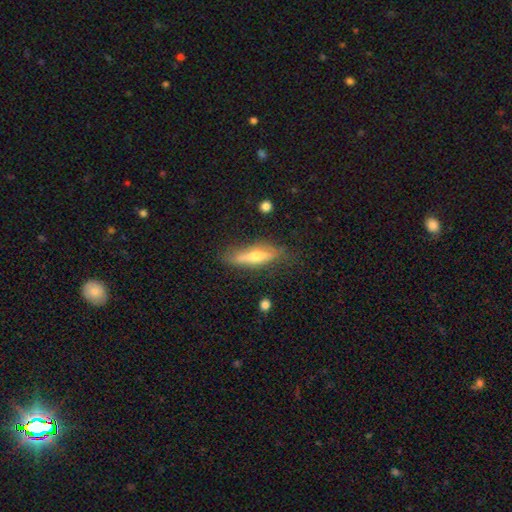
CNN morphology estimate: A featured or disk galaxy (53%) viewed edge-on (86%).

Vote fractions:
- Smooth or featured? featured or disk: 53% / smooth: 40% / star or artifact: 7%
- Edge-on disk? yes: 86% / no: 14%
- Merging? none: 75% / minor disturbance: 17% / major disturbance: 5% / merger: 2%